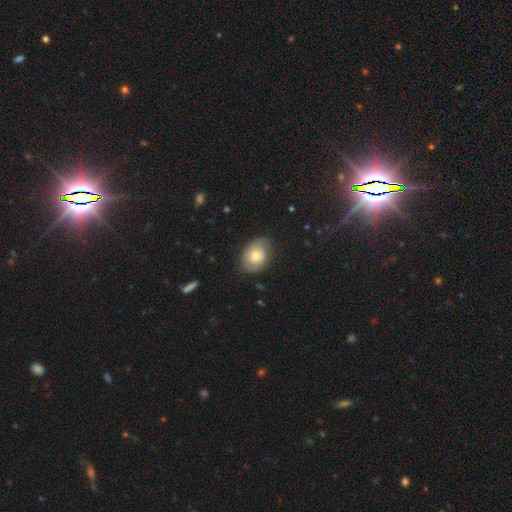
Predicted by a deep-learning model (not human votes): Smooth or featured? Predicted: smooth (p=0.60). How rounded? Predicted: in between (p=0.65). Merging? Predicted: none (p=0.73).